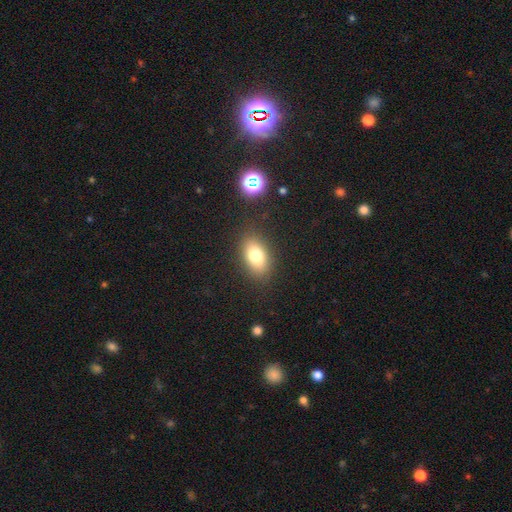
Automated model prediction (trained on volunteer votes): A smooth galaxy with no disk features (77%) that is in between round and cigar-shaped (88%). Merging: none (85%).